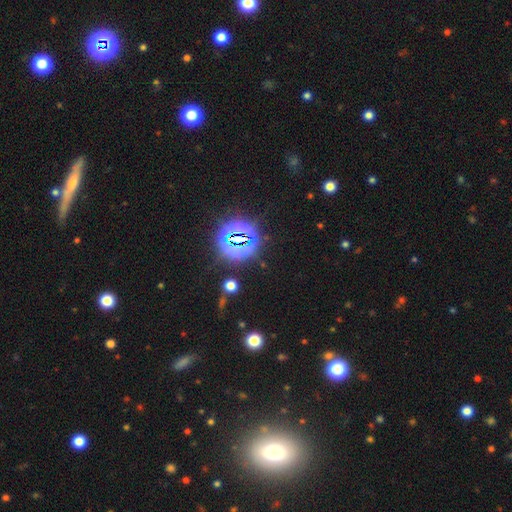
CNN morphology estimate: star or artifact 74%, smooth 15%, featured or disk 10%.